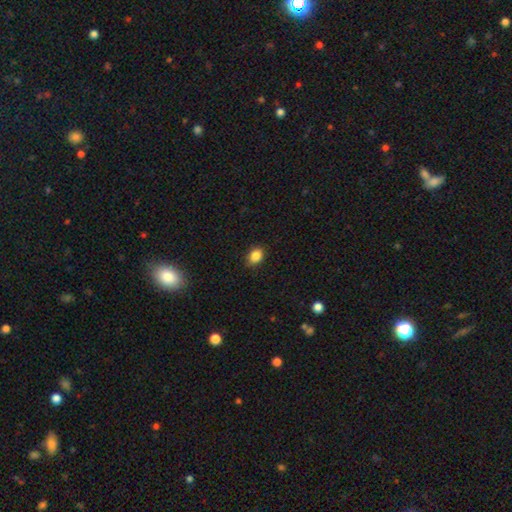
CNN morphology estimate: Overall: smooth (86%). How rounded: in between (59%; round 40%). Merging: none (87%).